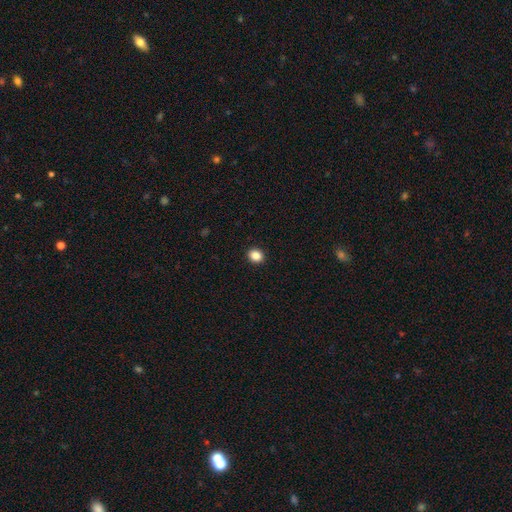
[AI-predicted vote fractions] Smooth or featured? Predicted: smooth (p=0.86). How rounded? Predicted: round (p=0.64). Merging? Predicted: none (p=0.92).